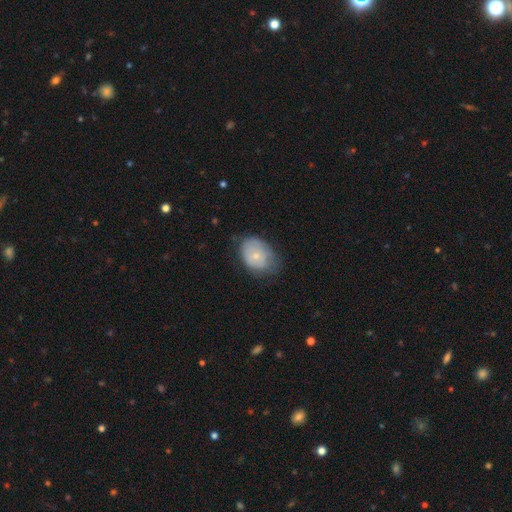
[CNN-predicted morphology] smooth_or_featured: smooth (p=0.64) [alt: featured or disk p=0.29]
how_rounded: in between (p=0.68) [alt: round p=0.31]
merging: none (p=0.51) [alt: minor disturbance p=0.35]